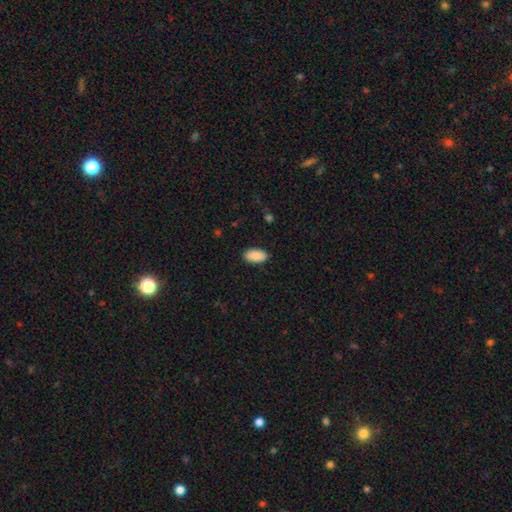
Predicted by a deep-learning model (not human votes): The model was most divided on "merging": none: 88%, minor disturbance: 9%, major disturbance: 2%, merger: 1%. More confident: how rounded — in between (95%); smooth or featured — smooth (90%).